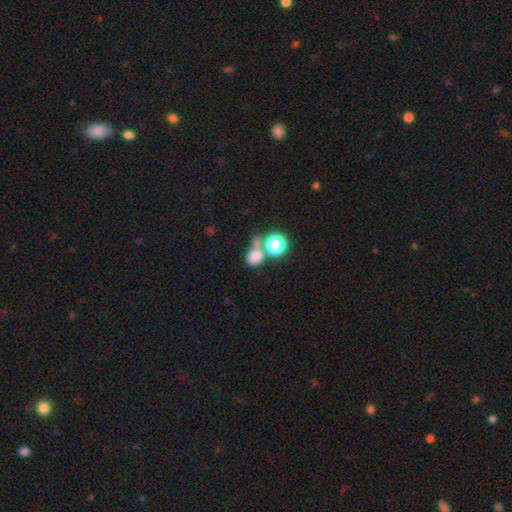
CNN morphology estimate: Overall: smooth (75%). How rounded: round (65%; in between 33%). Merging: merger (43%; none 39%).